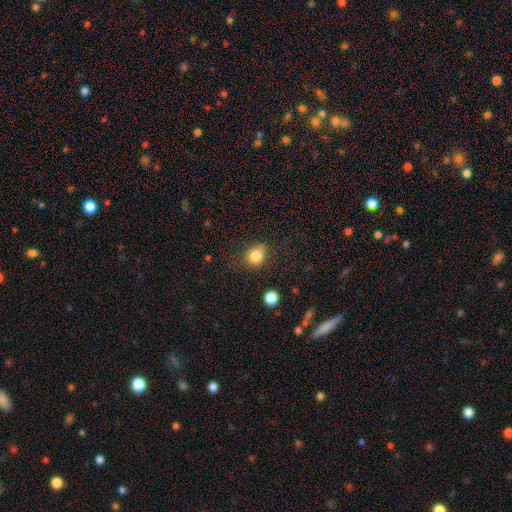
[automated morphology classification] The model was most divided on "how rounded": round: 63%, in between: 36%, cigar-shaped: 1%. More confident: smooth or featured — smooth (81%); merging — none (68%).